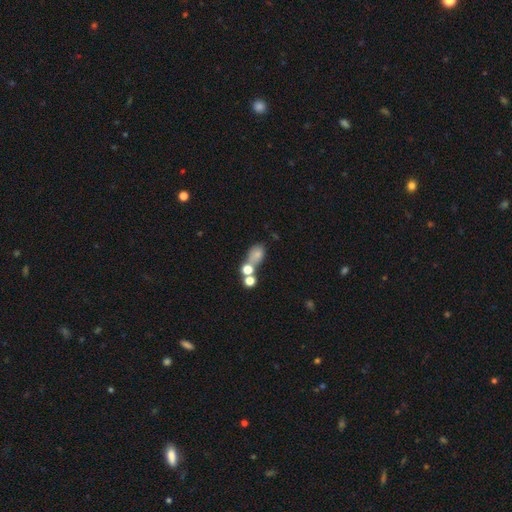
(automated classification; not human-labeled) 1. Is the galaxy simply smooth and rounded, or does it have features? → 66% smooth, 18% featured or disk, 16% star or artifact.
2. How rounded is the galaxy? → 65% in between, 31% round, 4% cigar-shaped.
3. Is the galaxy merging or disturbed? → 42% merger, 34% none, 14% minor disturbance, 11% major disturbance.